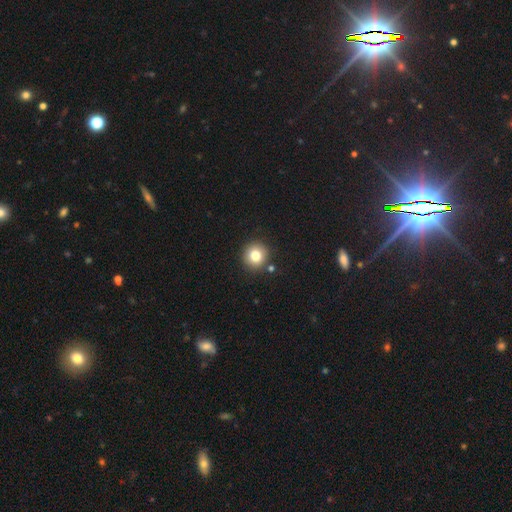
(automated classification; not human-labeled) smooth 80%, star or artifact 11%, featured or disk 9%. Down the decision tree: how rounded — round (91%); merging — none (85%).